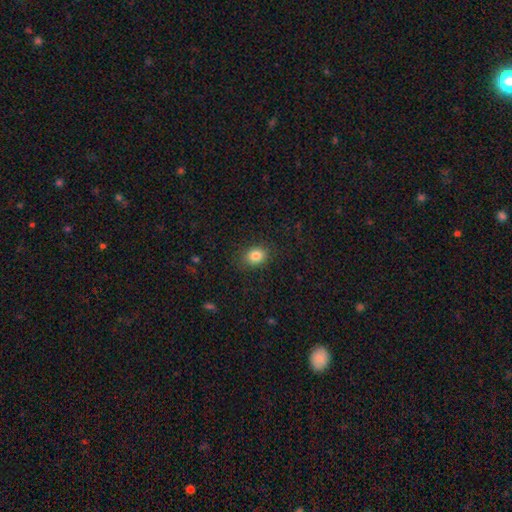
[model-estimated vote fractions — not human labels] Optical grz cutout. It shows a smooth galaxy with no disk features (84%) that is in between round and cigar-shaped (57%). Merging: none (86%).